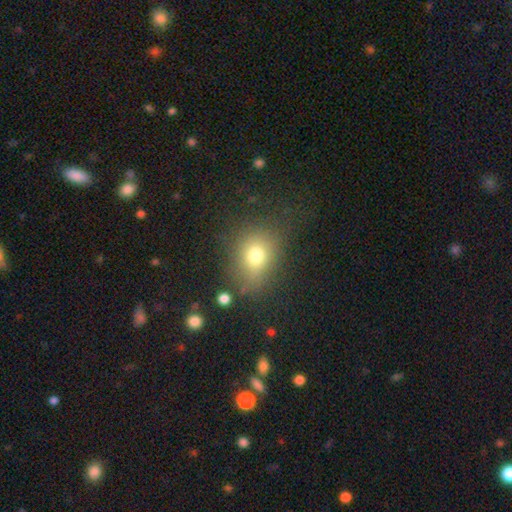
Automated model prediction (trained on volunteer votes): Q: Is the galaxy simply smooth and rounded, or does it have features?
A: smooth — 75%.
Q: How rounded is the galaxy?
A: in between — 50%.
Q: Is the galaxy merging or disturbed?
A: none — 72%.